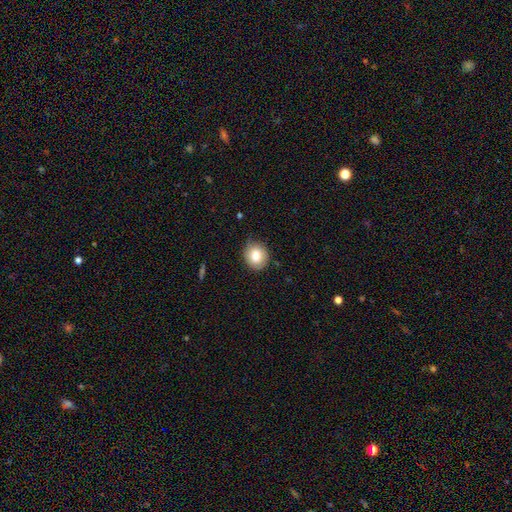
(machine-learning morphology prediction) Smooth or featured: smooth — 81% (featured or disk — 11%)
How rounded: round — 77% (in between — 22%)
Merging: none — 80% (minor disturbance — 16%)